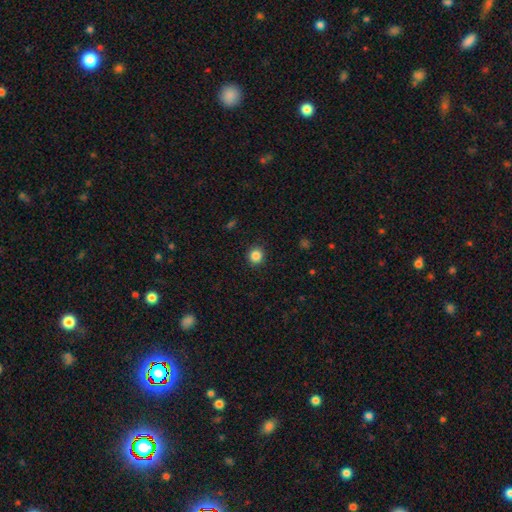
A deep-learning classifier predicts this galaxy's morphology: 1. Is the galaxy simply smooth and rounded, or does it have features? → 86% smooth, 11% star or artifact, 4% featured or disk.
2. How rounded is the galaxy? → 90% round, 9% in between, 1% cigar-shaped.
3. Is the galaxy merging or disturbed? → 91% none, 6% minor disturbance, 2% major disturbance, 1% merger.